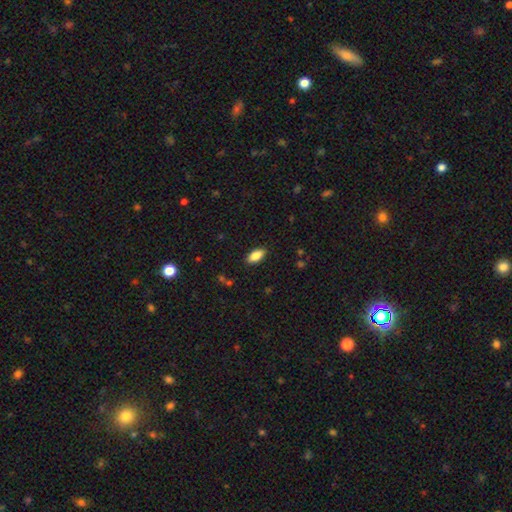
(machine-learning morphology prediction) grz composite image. It shows a smooth galaxy with no disk features (85%) that is in between round and cigar-shaped (89%). Merging: none (88%).